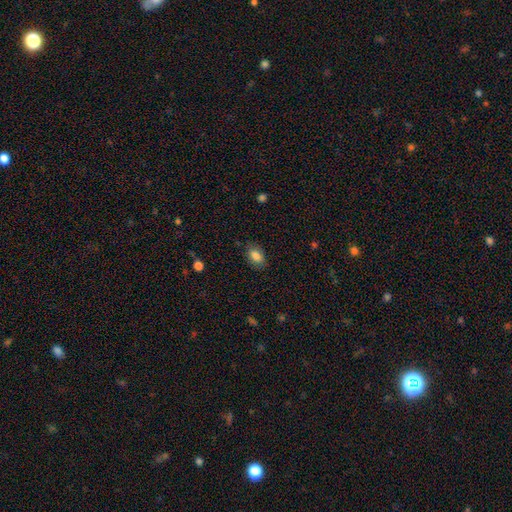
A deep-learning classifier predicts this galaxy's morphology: Q: Smooth or featured?
A: smooth (85%); runner-up: star or artifact (9%)
Q: How rounded?
A: in between (86%); runner-up: round (12%)
Q: Merging?
A: none (82%); runner-up: minor disturbance (14%)